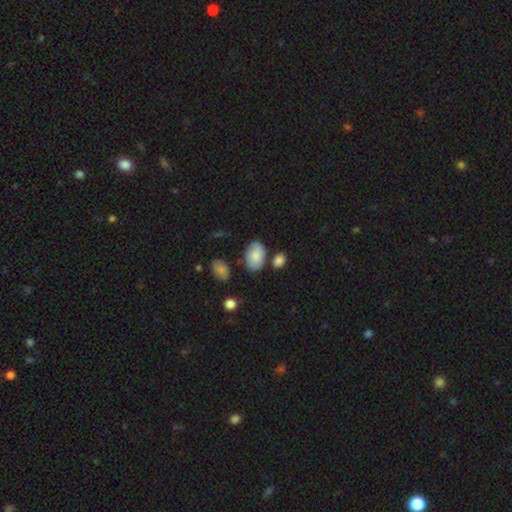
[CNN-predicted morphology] A smooth galaxy with no disk features (84%) that is in between round and cigar-shaped (90%).

Vote fractions:
- Smooth or featured? smooth: 84% / featured or disk: 9% / star or artifact: 7%
- How rounded? in between: 90% / round: 9% / cigar-shaped: 1%
- Merging? none: 70% / minor disturbance: 17% / merger: 9% / major disturbance: 4%